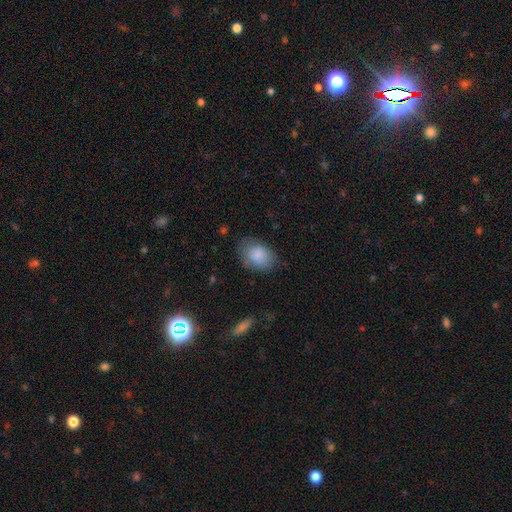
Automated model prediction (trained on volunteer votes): Q: Smooth or featured?
A: smooth (85%); runner-up: featured or disk (8%)
Q: How rounded?
A: in between (78%); runner-up: round (21%)
Q: Merging?
A: none (68%); runner-up: minor disturbance (23%)